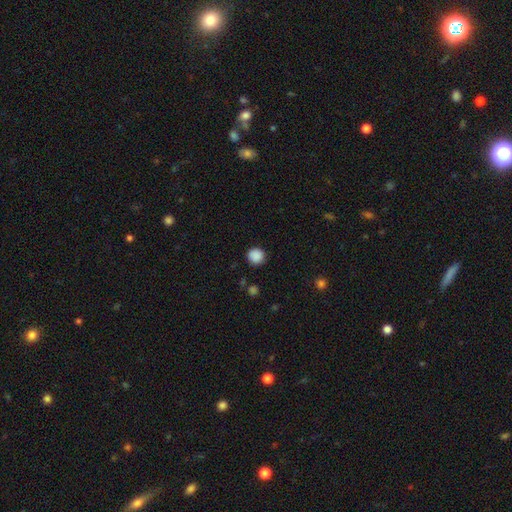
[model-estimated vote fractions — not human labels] Morphology: type=smooth (88%); roundness=round (92%); merging=none (88%).